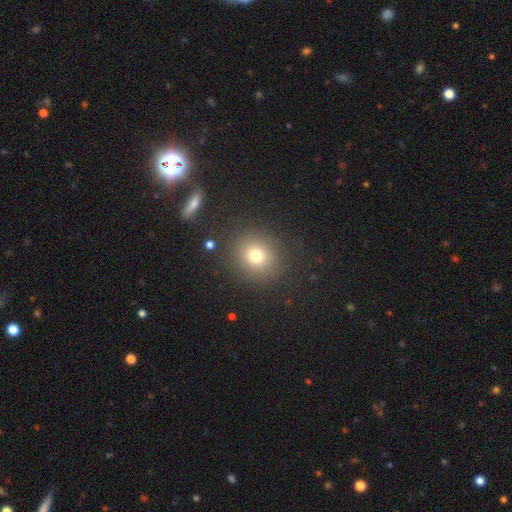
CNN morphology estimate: Smooth or featured? Predicted: smooth (p=0.75). How rounded? Predicted: round (p=0.83). Merging? Predicted: none (p=0.86).